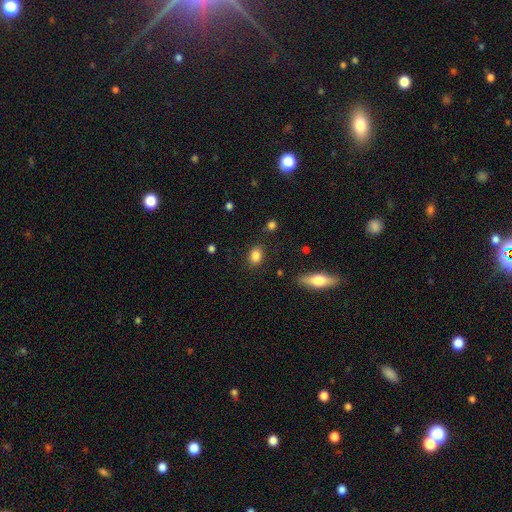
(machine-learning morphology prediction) Q: Smooth or featured?
A: smooth (85%); runner-up: star or artifact (10%)
Q: How rounded?
A: in between (65%); runner-up: round (33%)
Q: Merging?
A: none (83%); runner-up: minor disturbance (11%)